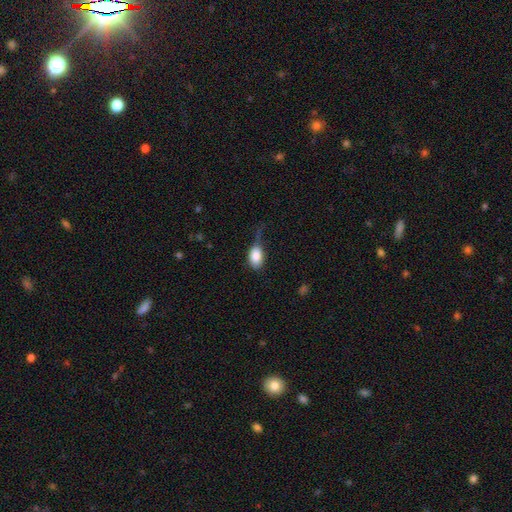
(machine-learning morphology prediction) Smooth or featured? Predicted: smooth (p=0.85). How rounded? Predicted: in between (p=0.89). Merging? Predicted: none (p=0.34).